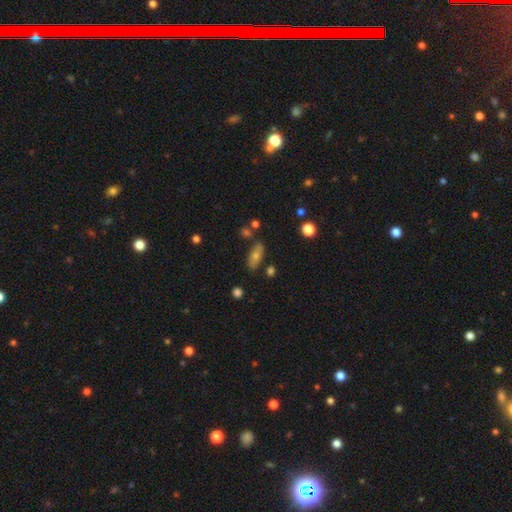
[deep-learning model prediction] Smooth or featured?
  - smooth: 71% *
  - featured or disk: 20%
  - star or artifact: 8%
How rounded?
  - in between: 76% *
  - cigar-shaped: 20%
  - round: 4%
Merging?
  - none: 77% *
  - minor disturbance: 14%
  - merger: 6%
  - major disturbance: 4%